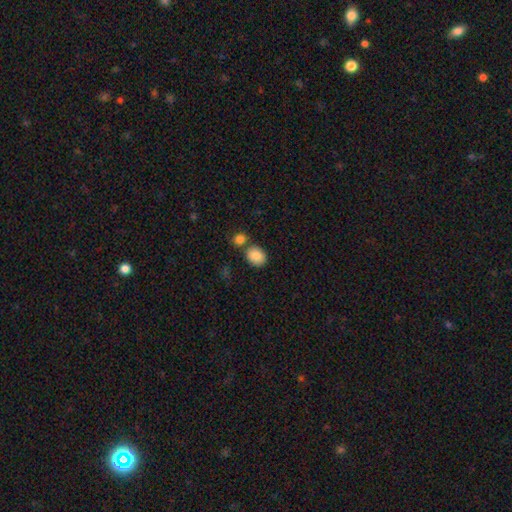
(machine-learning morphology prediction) Smooth or featured? Predicted: smooth (p=0.86). How rounded? Predicted: round (p=0.53). Merging? Predicted: none (p=0.66).